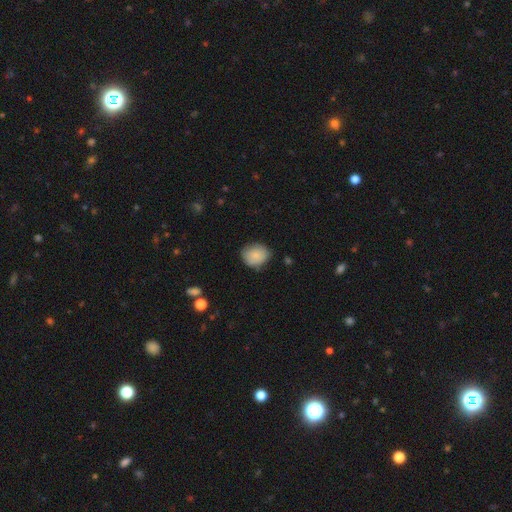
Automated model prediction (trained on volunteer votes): A smooth galaxy with no disk features (85%) that is round (55%).

Vote fractions:
- Smooth or featured? smooth: 85% / featured or disk: 8% / star or artifact: 8%
- How rounded? round: 55% / in between: 44% / cigar-shaped: 1%
- Merging? none: 71% / minor disturbance: 23% / major disturbance: 4% / merger: 2%